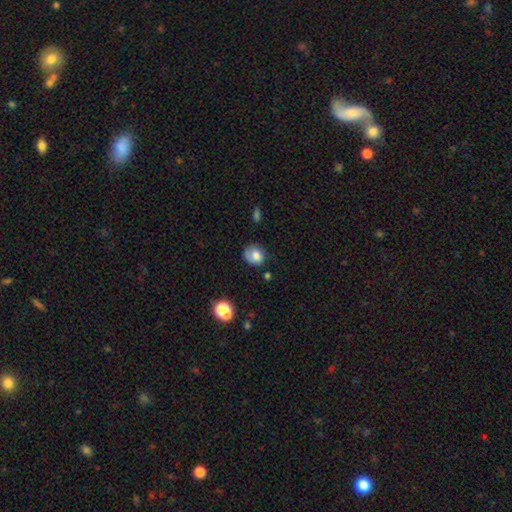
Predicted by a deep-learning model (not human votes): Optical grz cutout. It shows a smooth galaxy with no disk features (73%) that is round (63%). Merging: none (58%).